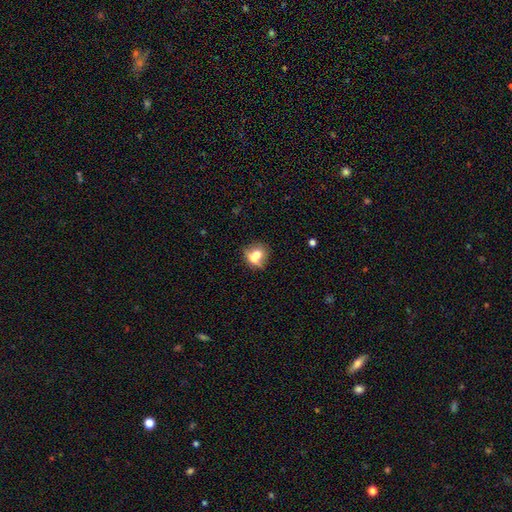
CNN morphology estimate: The model was most divided on "merging": none: 43%, merger: 33%, minor disturbance: 16%, major disturbance: 9%. More confident: how rounded — round (74%); smooth or featured — smooth (65%).